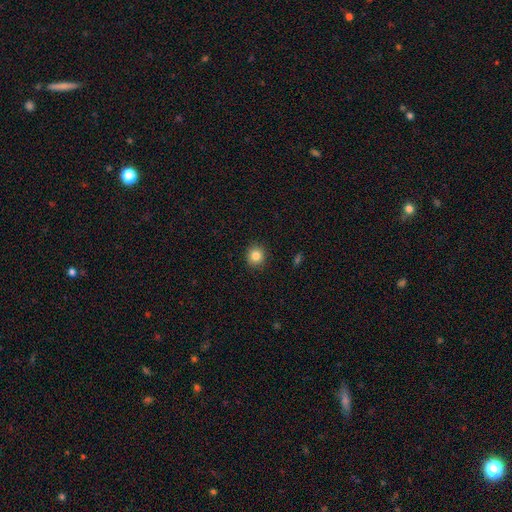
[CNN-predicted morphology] A smooth galaxy with no disk features (84%) that is round (88%). Merging: none (91%).